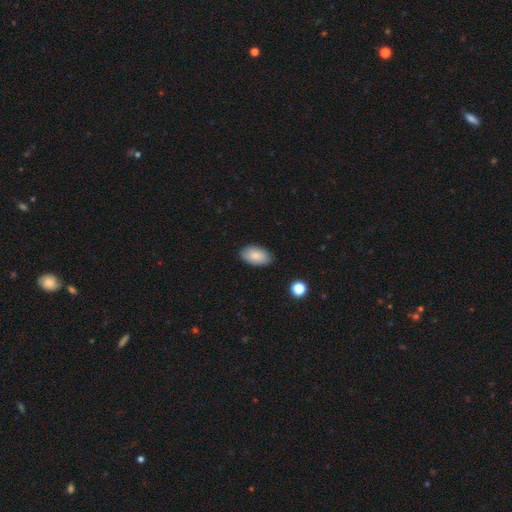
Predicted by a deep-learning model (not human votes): A smooth galaxy with no disk features (86%) that is in between round and cigar-shaped (94%). Merging: none (86%).